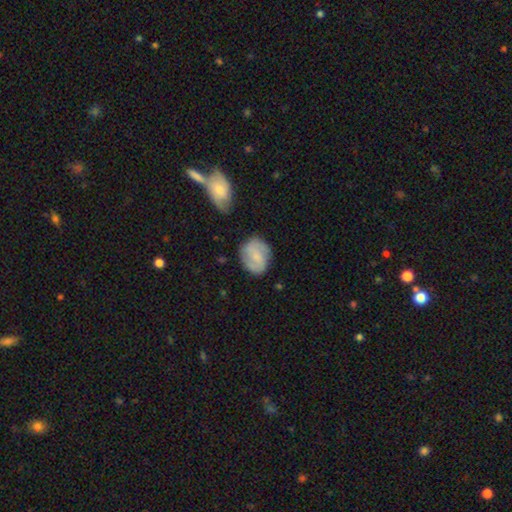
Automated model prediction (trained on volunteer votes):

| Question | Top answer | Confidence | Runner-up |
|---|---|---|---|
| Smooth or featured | smooth | 50% | featured or disk (43%) |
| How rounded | in between | 51% | round (48%) |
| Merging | none | 73% | minor disturbance (19%) |